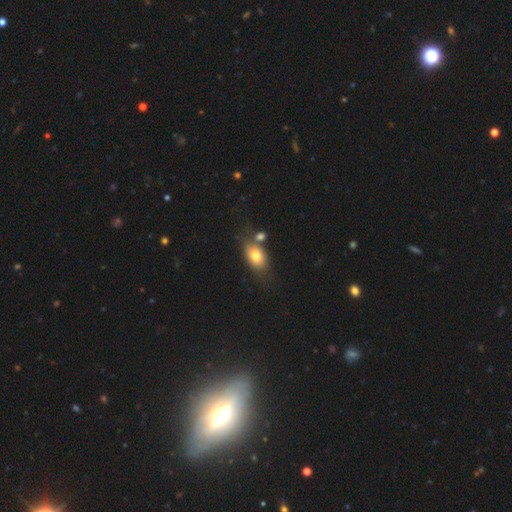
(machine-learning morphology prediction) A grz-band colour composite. It shows a smooth galaxy with no disk features (74%) that is in between round and cigar-shaped (81%). Merging: none (53%).